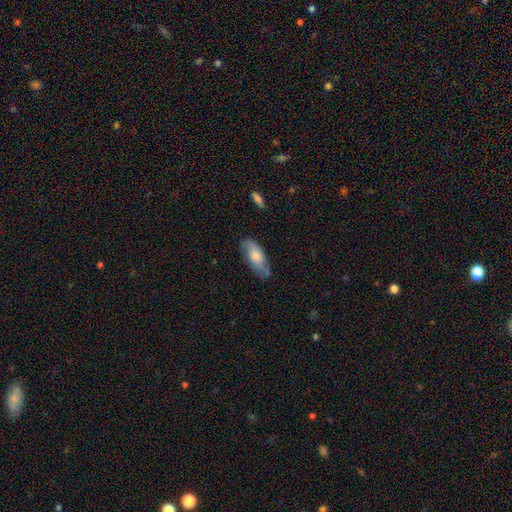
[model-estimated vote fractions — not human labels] smooth_or_featured: smooth (p=0.63) [alt: featured or disk p=0.31]
how_rounded: in between (p=0.80) [alt: cigar-shaped p=0.17]
merging: none (p=0.67) [alt: minor disturbance p=0.26]